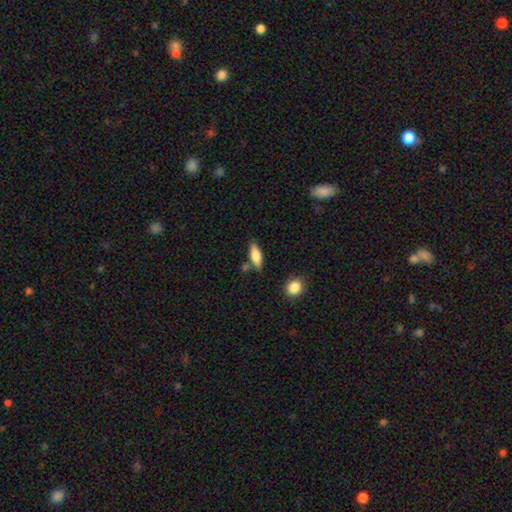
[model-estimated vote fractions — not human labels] Overall: smooth (80%). How rounded: in between (65%; cigar-shaped 32%). Merging: none (73%).